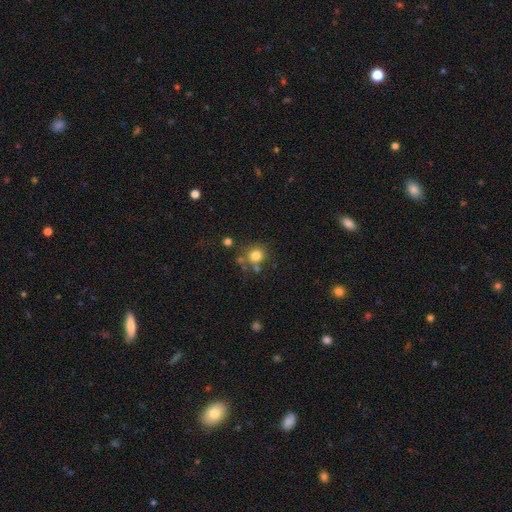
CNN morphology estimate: Overall: smooth (78%). How rounded: round (88%). Merging: none (67%).